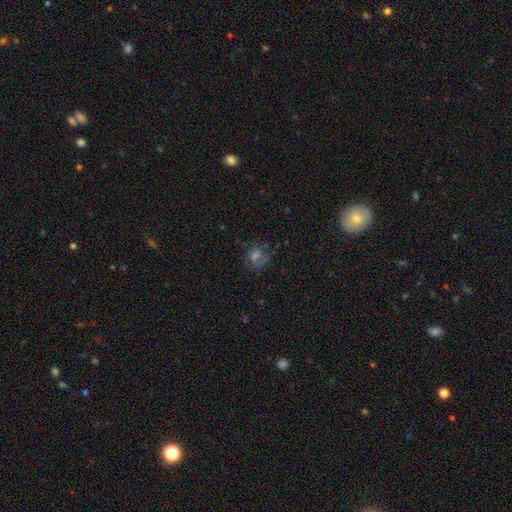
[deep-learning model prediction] Smooth or featured: smooth — 39% (featured or disk — 37%)
Merging: none — 66% (minor disturbance — 19%)